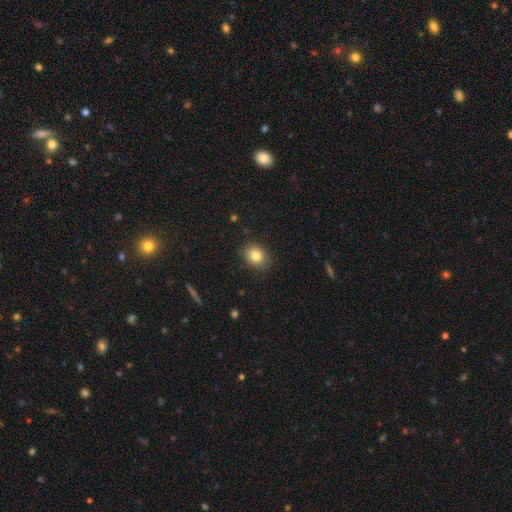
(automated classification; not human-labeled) Morphology: type=smooth (82%); roundness=in between (53%); merging=none (85%).